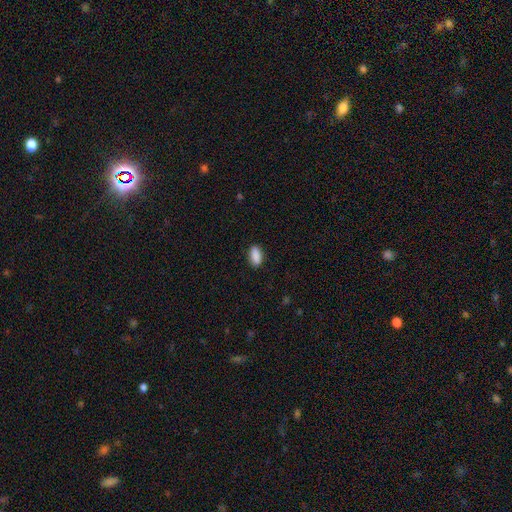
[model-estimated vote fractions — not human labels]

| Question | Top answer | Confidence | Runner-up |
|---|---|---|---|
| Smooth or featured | smooth | 89% | star or artifact (7%) |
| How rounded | in between | 88% | cigar-shaped (9%) |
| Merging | none | 87% | minor disturbance (9%) |